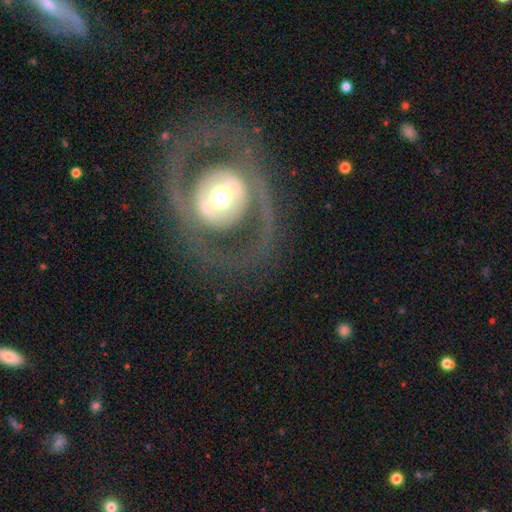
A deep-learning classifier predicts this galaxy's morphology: This is likely a featured or disk galaxy (77%). It is clearly not viewed edge-on (95%). Bar: possibly no (56%). Spiral arm pattern: possibly yes (50%, tied with no). Central bulge: likely moderate (61%). Merging: likely none (76%).